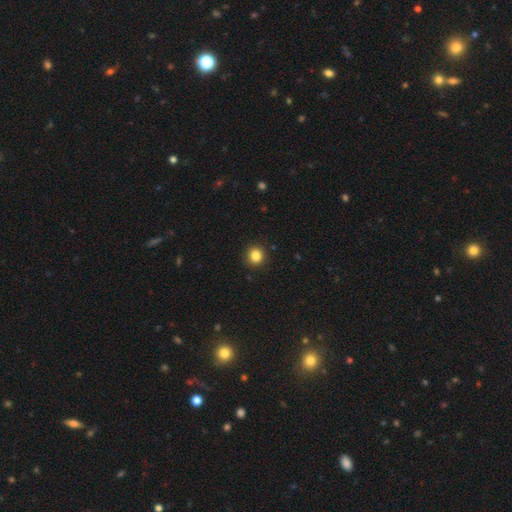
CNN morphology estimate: The model was most divided on "smooth or featured": smooth: 84%, star or artifact: 11%, featured or disk: 4%. More confident: merging — none (92%); how rounded — round (91%).